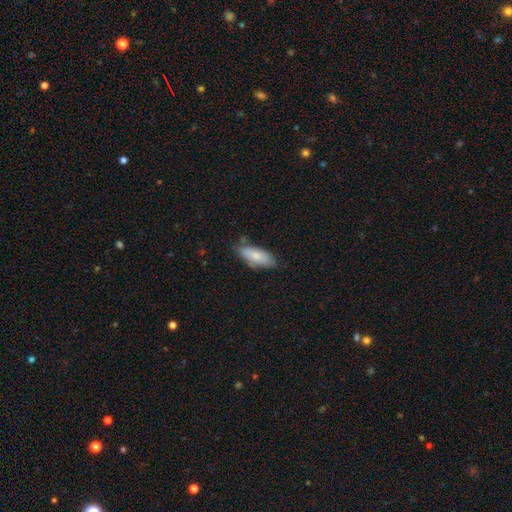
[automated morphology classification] smooth 79%, featured or disk 15%, star or artifact 6%. Down the decision tree: how rounded — in between (76%); merging — none (71%).